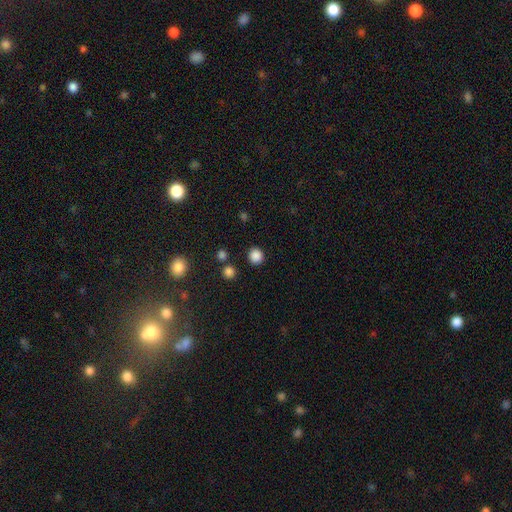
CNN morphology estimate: Smooth or featured?
  - smooth: 85% *
  - star or artifact: 12%
  - featured or disk: 3%
How rounded?
  - round: 88% *
  - in between: 11%
  - cigar-shaped: 1%
Merging?
  - none: 87% *
  - minor disturbance: 7%
  - merger: 3%
  - major disturbance: 3%